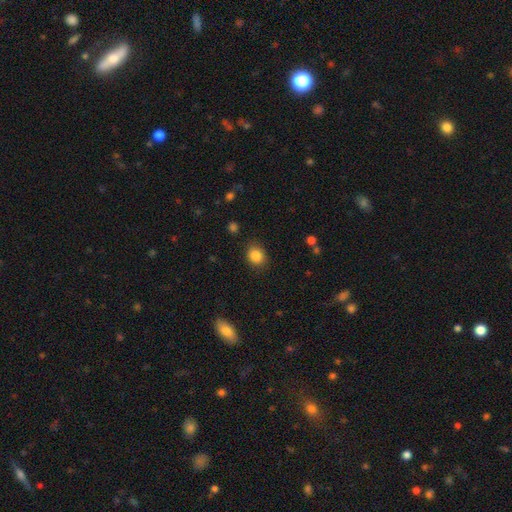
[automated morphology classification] smooth-or-featured: smooth: 85% | star or artifact: 10% | featured or disk: 5%
  how-rounded: round: 65% | in between: 34% | cigar-shaped: 1%
  merging: none: 86% | minor disturbance: 10% | major disturbance: 3% | merger: 1%